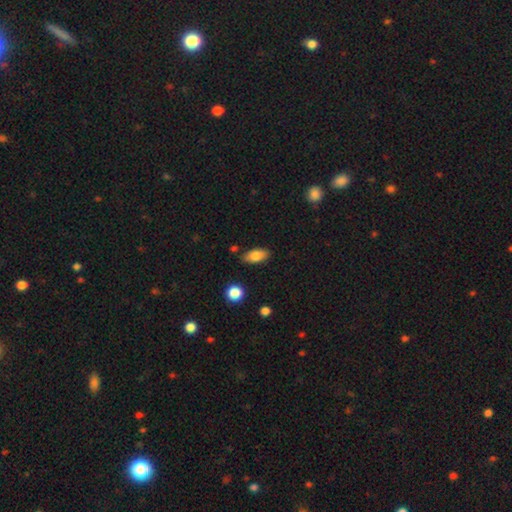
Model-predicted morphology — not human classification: This appears to be a smooth galaxy with no disk features (83%) that is in between round and cigar-shaped (89%). Merging: none (82%).